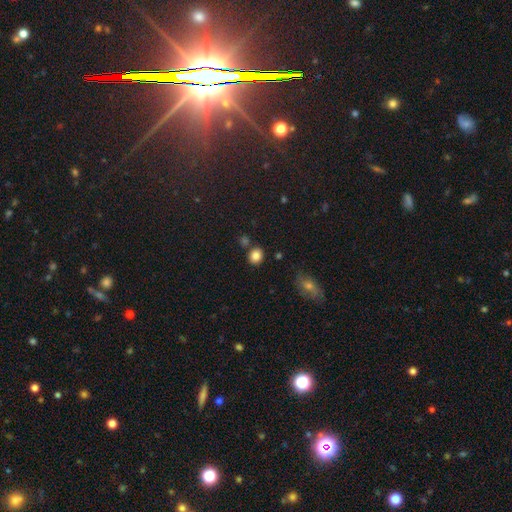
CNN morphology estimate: Smooth or featured: smooth — 83% (star or artifact — 11%)
How rounded: round — 72% (in between — 27%)
Merging: none — 78% (minor disturbance — 10%)